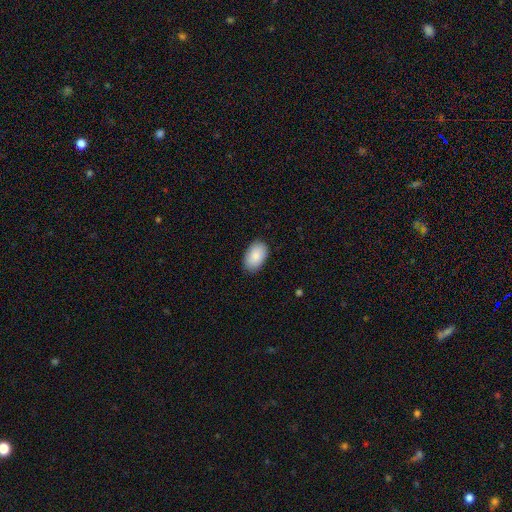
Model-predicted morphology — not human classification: smooth-or-featured: smooth: 88% | featured or disk: 6% | star or artifact: 6%
  how-rounded: in between: 93% | round: 6% | cigar-shaped: 1%
  merging: none: 87% | minor disturbance: 10% | major disturbance: 2% | merger: 1%